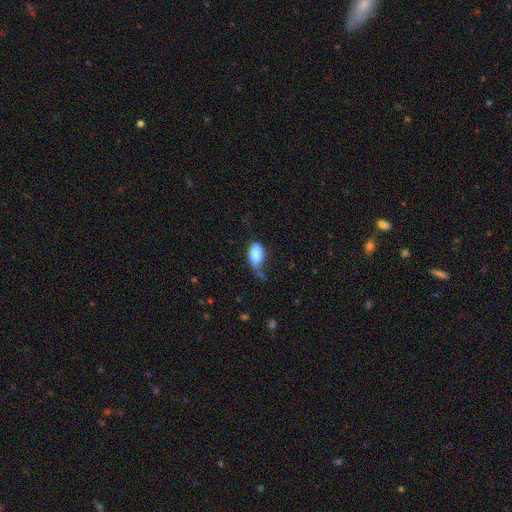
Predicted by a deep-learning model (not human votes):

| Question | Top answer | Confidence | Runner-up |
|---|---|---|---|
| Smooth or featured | smooth | 75% | featured or disk (17%) |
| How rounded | in between | 89% | round (8%) |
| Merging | minor disturbance | 35% | major disturbance (29%) |